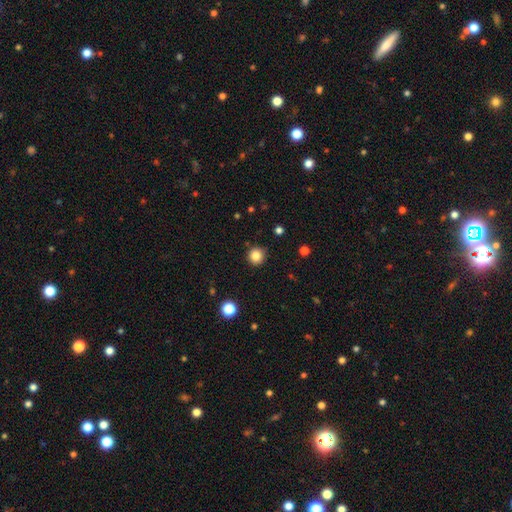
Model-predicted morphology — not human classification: type=smooth (84%); roundness=round (94%); merging=none (91%).